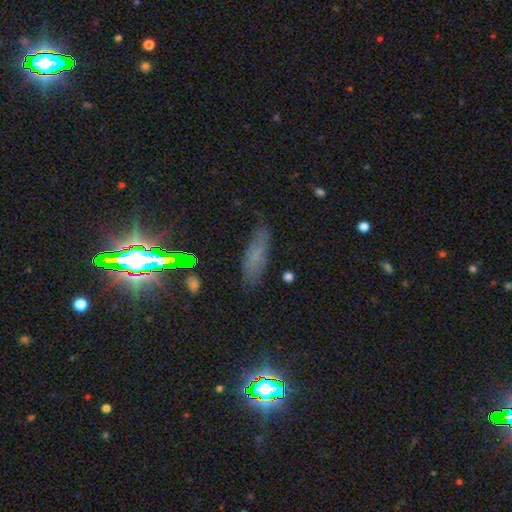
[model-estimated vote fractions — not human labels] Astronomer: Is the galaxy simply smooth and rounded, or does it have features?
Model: smooth — 54%.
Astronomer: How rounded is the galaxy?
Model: cigar-shaped — 51% (runner-up: in between, 45%).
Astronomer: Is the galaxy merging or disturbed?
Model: none — 74%.